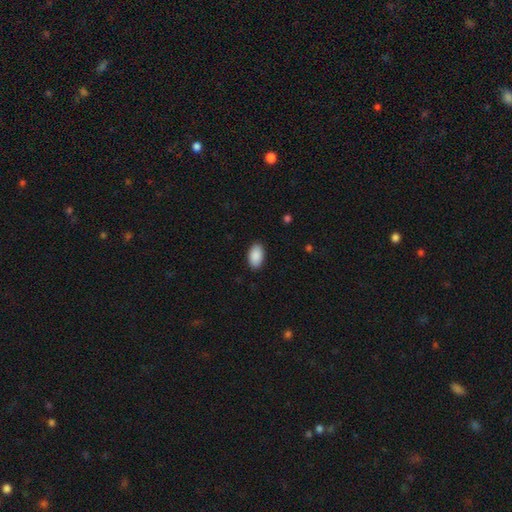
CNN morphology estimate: smooth-or-featured: smooth: 91% | star or artifact: 6% | featured or disk: 3%
  how-rounded: in between: 95% | round: 4% | cigar-shaped: 1%
  merging: none: 89% | minor disturbance: 8% | major disturbance: 2% | merger: 1%